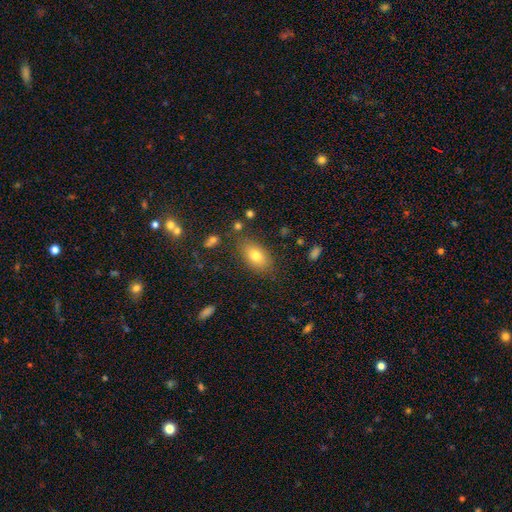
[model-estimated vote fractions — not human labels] Q: Smooth or featured?
A: smooth (77%); runner-up: featured or disk (13%)
Q: How rounded?
A: in between (87%); runner-up: round (10%)
Q: Merging?
A: none (81%); runner-up: minor disturbance (13%)